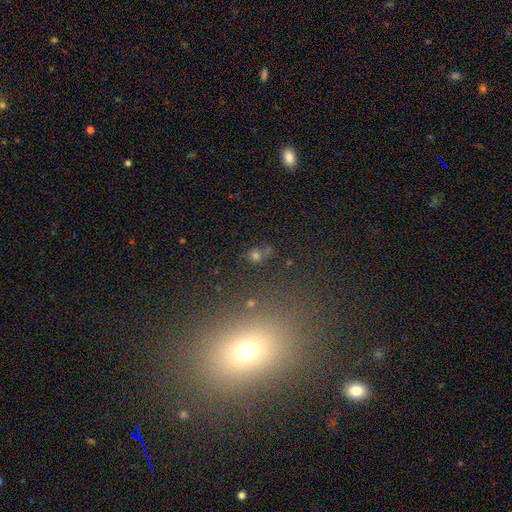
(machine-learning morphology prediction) smooth 52%, star or artifact 33%, featured or disk 15%. Down the decision tree: how rounded — in between (52%); merging — none (77%).